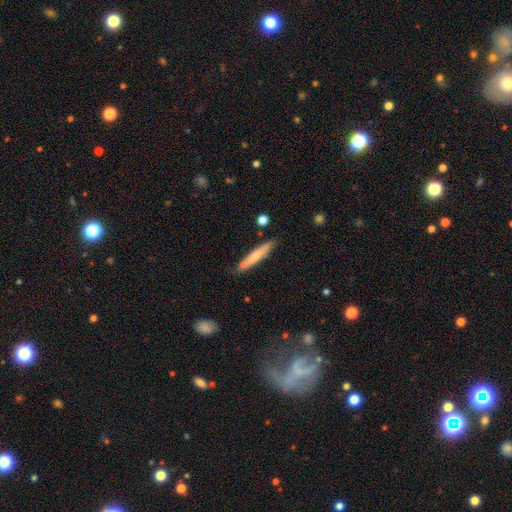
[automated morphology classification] A smooth galaxy with no disk features (65%) that is cigar-shaped (92%).

Vote fractions:
- Smooth or featured? smooth: 65% / featured or disk: 29% / star or artifact: 6%
- How rounded? cigar-shaped: 92% / in between: 6% / round: 1%
- Merging? none: 78% / minor disturbance: 14% / merger: 5% / major disturbance: 3%